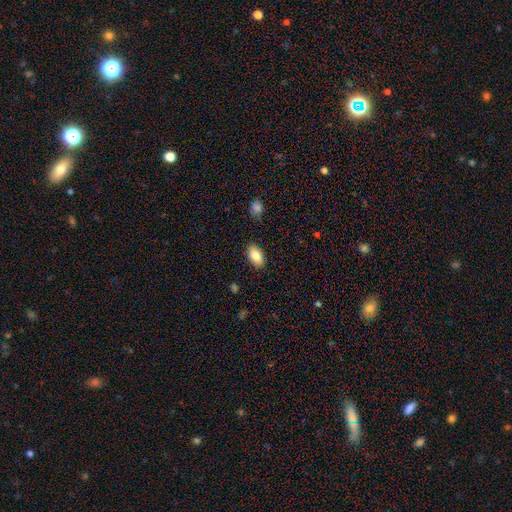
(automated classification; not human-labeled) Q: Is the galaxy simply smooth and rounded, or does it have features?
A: smooth — 85%.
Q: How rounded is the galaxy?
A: in between — 93%.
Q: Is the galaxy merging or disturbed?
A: none — 87%.